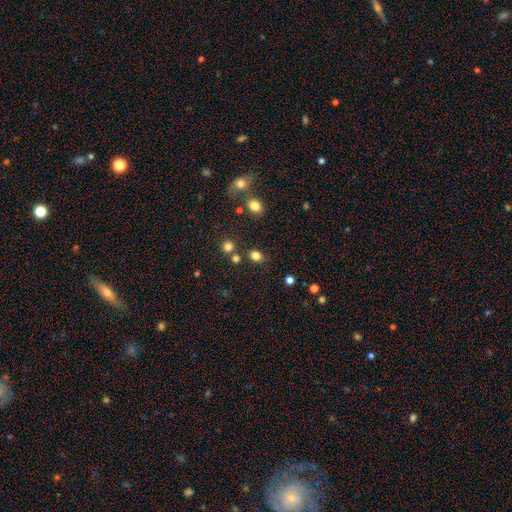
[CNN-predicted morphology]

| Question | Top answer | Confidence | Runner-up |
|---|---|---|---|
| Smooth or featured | smooth | 81% | star or artifact (14%) |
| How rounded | round | 53% | in between (46%) |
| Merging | none | 78% | minor disturbance (11%) |